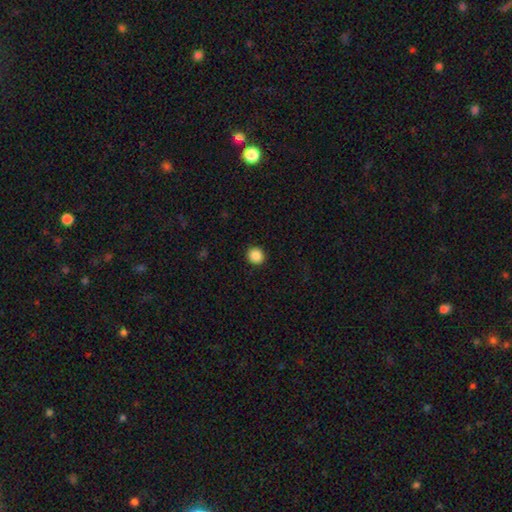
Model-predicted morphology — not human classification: Smooth or featured? Predicted: smooth (p=0.88). How rounded? Predicted: round (p=0.92). Merging? Predicted: none (p=0.93).